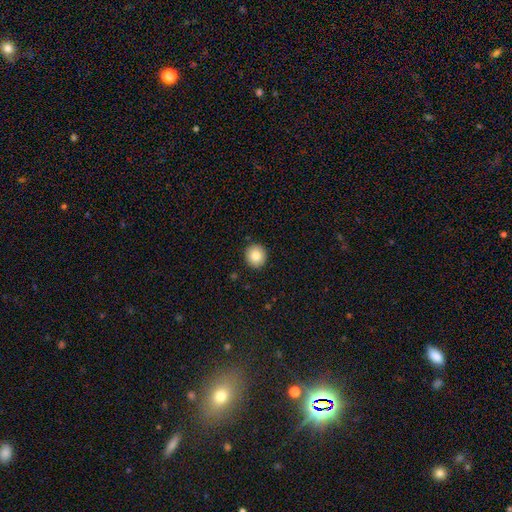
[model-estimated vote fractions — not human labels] smooth 84%, star or artifact 9%, featured or disk 8%. Down the decision tree: how rounded — round (92%); merging — none (92%).